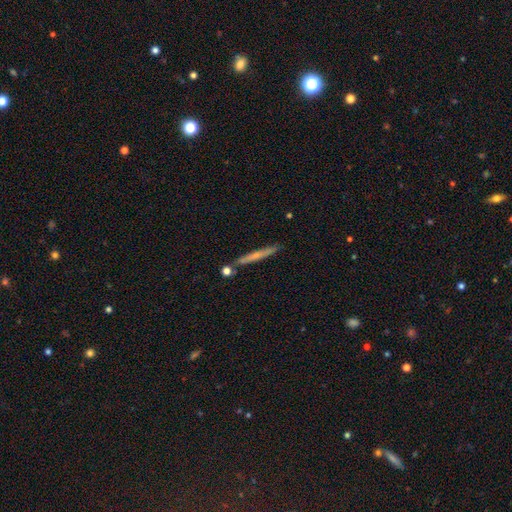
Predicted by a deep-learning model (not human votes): smooth-or-featured: smooth: 49% | featured or disk: 44% | star or artifact: 7%
  merging: none: 84% | minor disturbance: 10% | merger: 5% | major disturbance: 2%